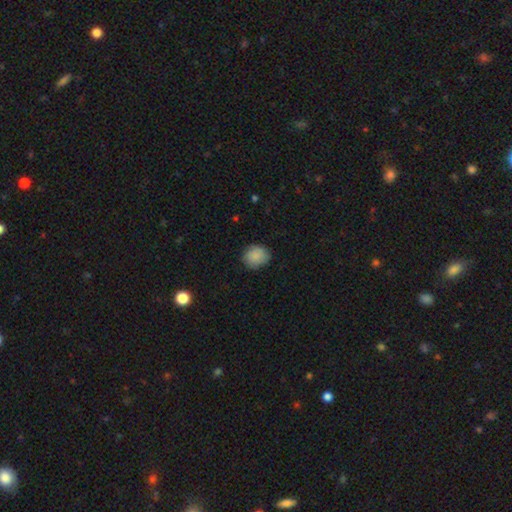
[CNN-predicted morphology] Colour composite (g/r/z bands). It shows a smooth galaxy with no disk features (86%) that is round (68%). Merging: none (81%).